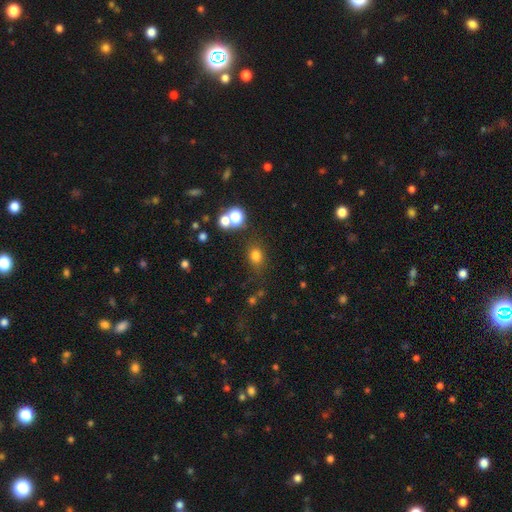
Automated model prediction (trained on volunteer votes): smooth_or_featured: smooth (p=0.76) [alt: star or artifact p=0.17]
how_rounded: round (p=0.64) [alt: in between p=0.35]
merging: none (p=0.75) [alt: minor disturbance p=0.13]